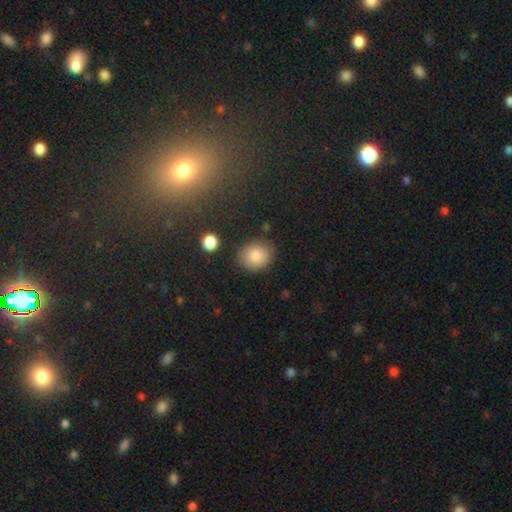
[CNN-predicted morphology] Smooth or featured? Predicted: smooth (p=0.86). How rounded? Predicted: round (p=0.62). Merging? Predicted: none (p=0.81).